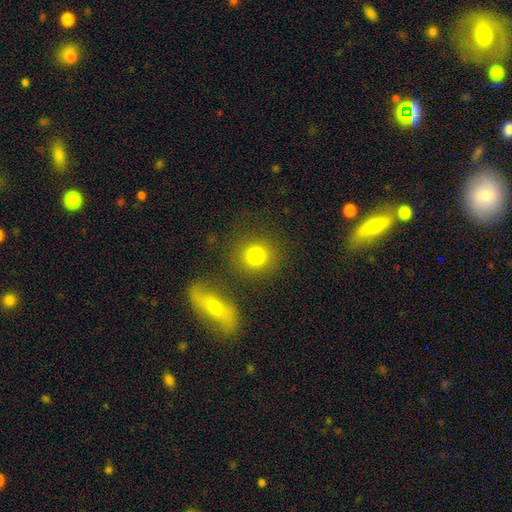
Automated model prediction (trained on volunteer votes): smooth-or-featured: smooth: 79% | star or artifact: 12% | featured or disk: 9%
  how-rounded: round: 86% | in between: 12% | cigar-shaped: 1%
  merging: none: 77% | merger: 10% | minor disturbance: 9% | major disturbance: 4%